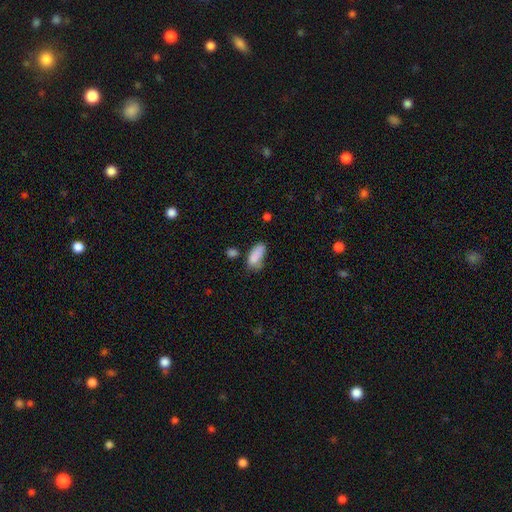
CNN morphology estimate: Overall: smooth (85%). How rounded: in between (85%). Merging: none (48%; minor disturbance 33%).